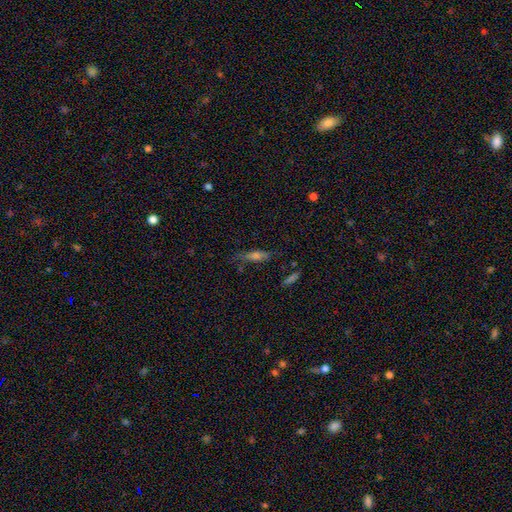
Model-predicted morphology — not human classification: smooth 44%, featured or disk 39%, star or artifact 16%. Down the decision tree: merging — none (75%).